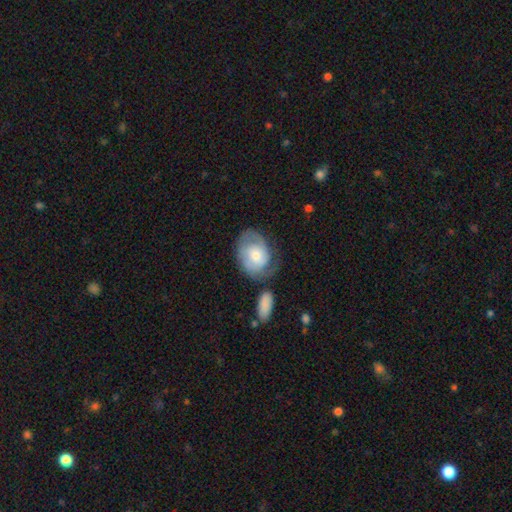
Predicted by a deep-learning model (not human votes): The model was most divided on "smooth or featured": featured or disk: 51%, smooth: 43%, star or artifact: 6%. Remaining: edge-on disk — no (96%); merging — none (47%).